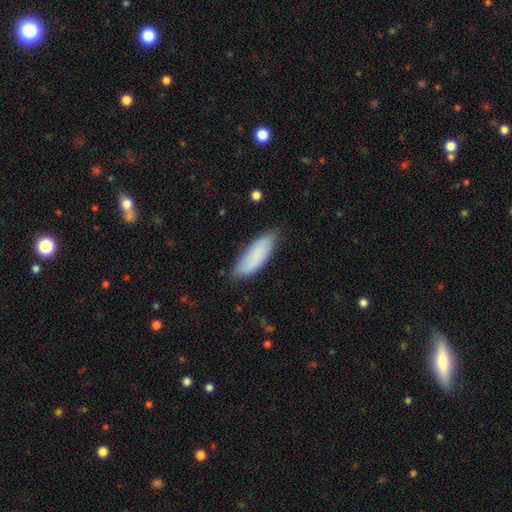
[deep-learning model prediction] The model was most divided on "how rounded": in between: 68%, cigar-shaped: 31%, round: 2%. More confident: smooth or featured — smooth (77%); merging — none (74%).